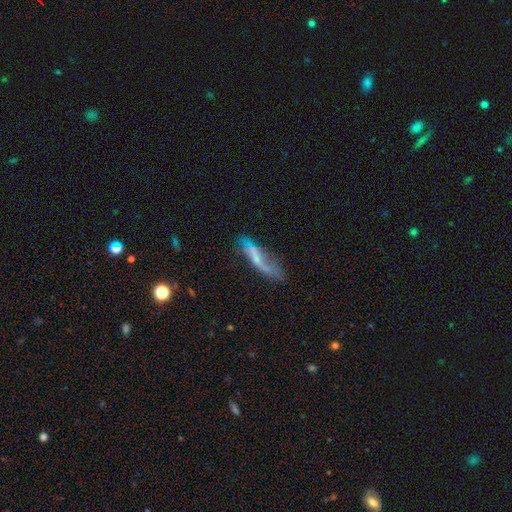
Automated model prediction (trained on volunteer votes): This is possibly a featured or disk galaxy (58%). It is likely not viewed edge-on (73%). Merging: possibly none (47%).